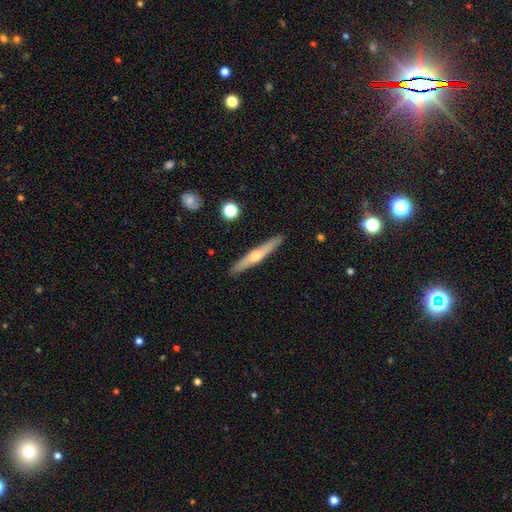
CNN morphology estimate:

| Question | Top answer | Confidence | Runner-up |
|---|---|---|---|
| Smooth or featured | featured or disk | 63% | smooth (31%) |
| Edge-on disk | yes | 96% | no (4%) |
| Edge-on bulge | rounded | 88% | none (10%) |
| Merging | none | 92% | minor disturbance (6%) |